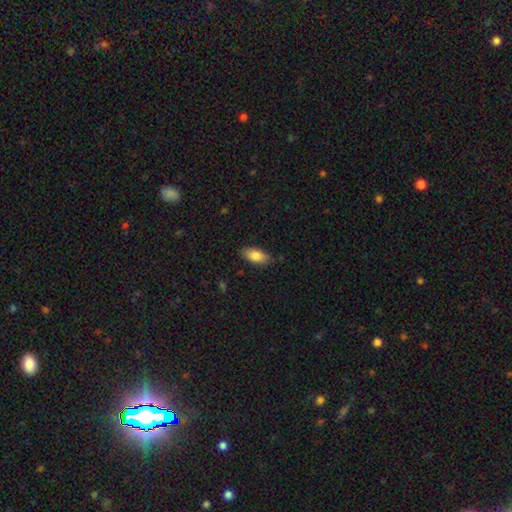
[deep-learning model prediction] Smooth or featured?
  - smooth: 84% *
  - featured or disk: 9%
  - star or artifact: 7%
How rounded?
  - in between: 89% *
  - cigar-shaped: 8%
  - round: 3%
Merging?
  - none: 85% *
  - minor disturbance: 12%
  - major disturbance: 2%
  - merger: 1%